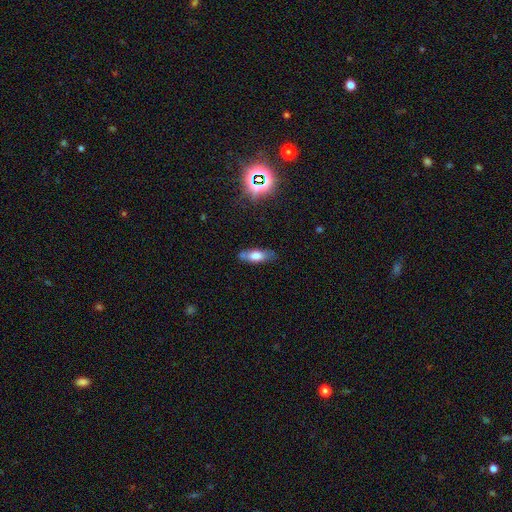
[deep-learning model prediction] smooth-or-featured: smooth: 65% | featured or disk: 25% | star or artifact: 10%
  how-rounded: in between: 65% | cigar-shaped: 32% | round: 3%
  merging: none: 69% | minor disturbance: 21% | major disturbance: 5% | merger: 4%